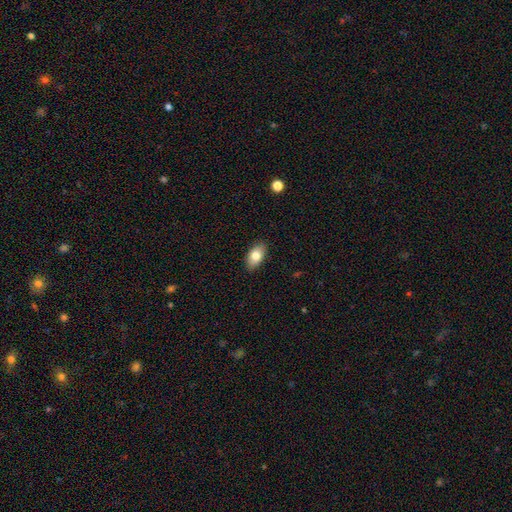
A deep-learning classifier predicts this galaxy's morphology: Smooth or featured: smooth — 79% (featured or disk — 14%)
How rounded: in between — 92% (round — 6%)
Merging: none — 89% (minor disturbance — 9%)